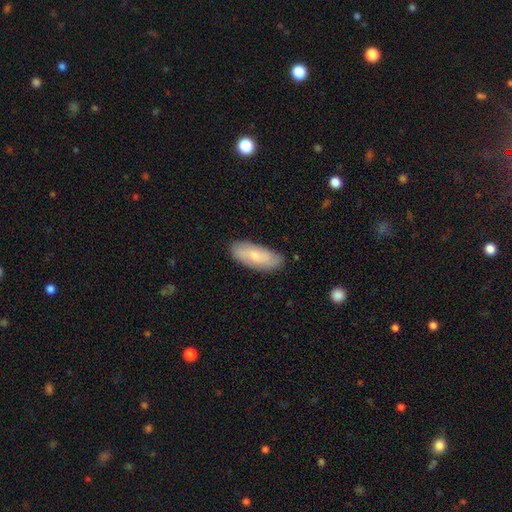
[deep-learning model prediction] Smooth or featured: smooth — 63% (featured or disk — 31%)
How rounded: in between — 79% (cigar-shaped — 19%)
Merging: none — 80% (minor disturbance — 16%)